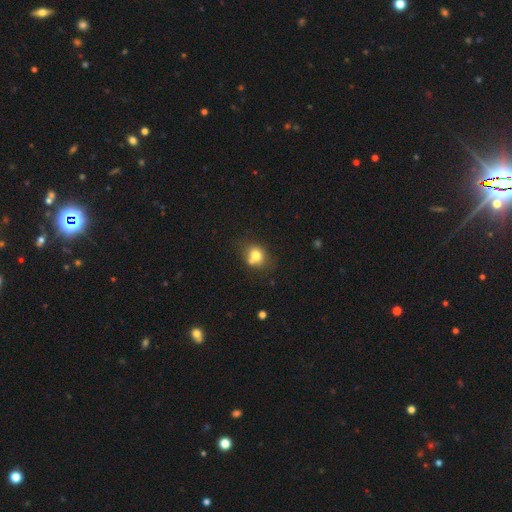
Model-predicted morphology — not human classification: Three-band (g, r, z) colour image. It shows a smooth galaxy with no disk features (75%) that is round (70%). Merging: none (55%).